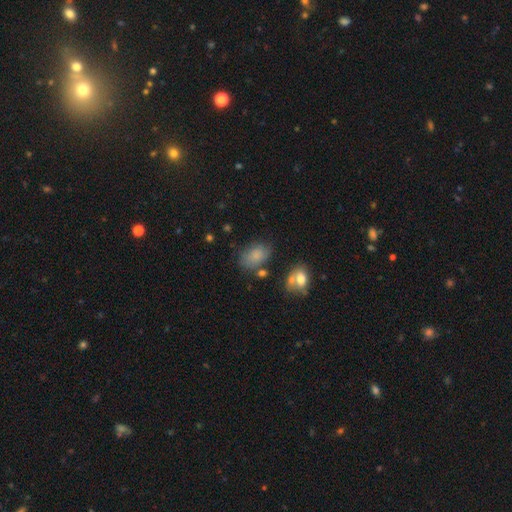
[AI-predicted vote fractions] smooth 81%, star or artifact 9%, featured or disk 9%. Down the decision tree: how rounded — in between (89%); merging — none (64%).